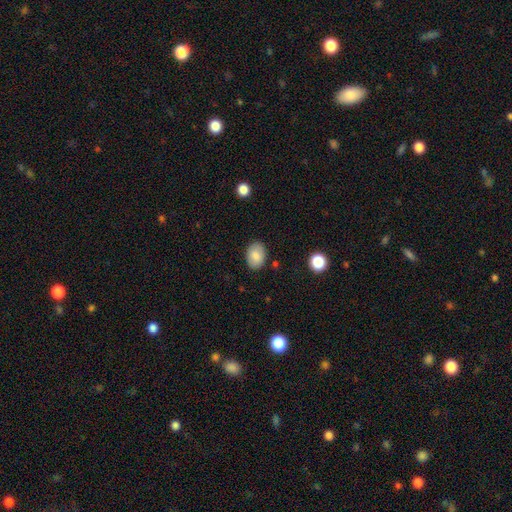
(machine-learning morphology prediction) smooth_or_featured: smooth (p=0.84) [alt: featured or disk p=0.09]
how_rounded: in between (p=0.79) [alt: round p=0.20]
merging: none (p=0.86) [alt: minor disturbance p=0.10]